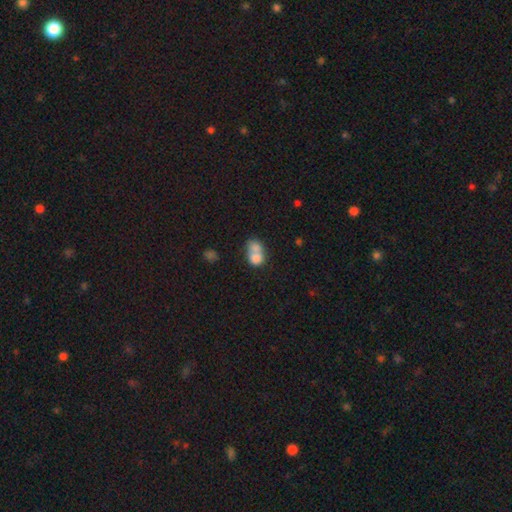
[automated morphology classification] type=smooth (73%); roundness=in between (51%); merging=merger (66%).